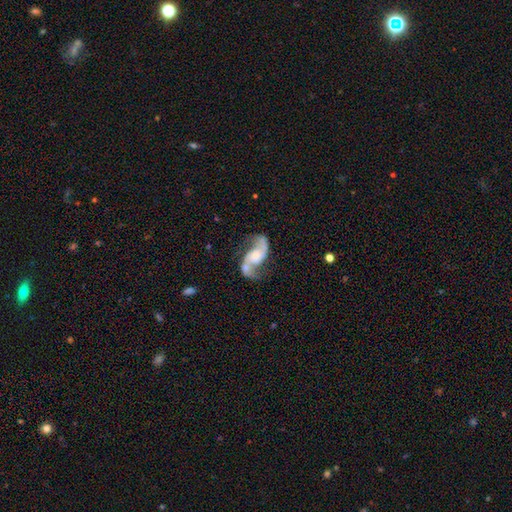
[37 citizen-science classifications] Smooth or featured: featured or disk — 84% (smooth — 11%)
Edge-on disk: no — 94% (yes — 6%)
Bar: no — 72% (weak — 24%)
Spiral arms: yes — 93% (no — 7%)
Spiral winding: loose — 89% (medium — 11%)
Spiral arm count: 2 — 93% (1 — 4%)
Bulge size: small — 45% (moderate — 28%)
Merging: none — 43% (merger — 29%)